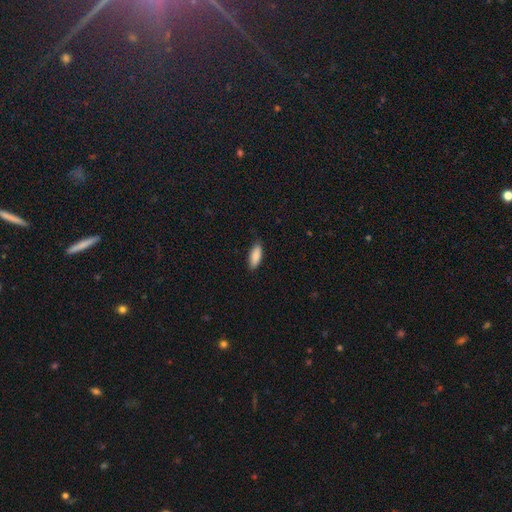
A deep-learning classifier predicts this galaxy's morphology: This is clearly a smooth galaxy (88%). How rounded: likely in between (73%). Merging: clearly none (84%).